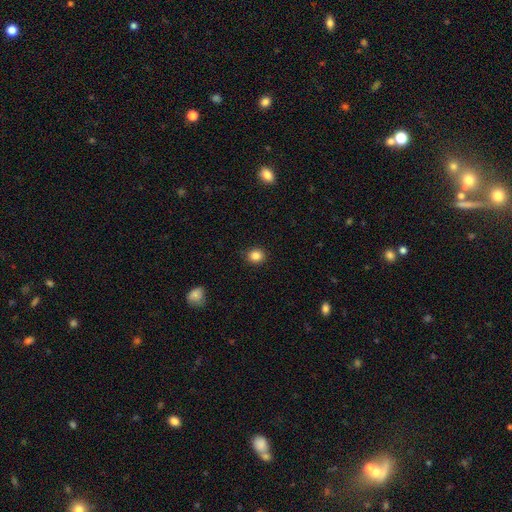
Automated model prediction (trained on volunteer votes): Morphology: type=smooth (85%); roundness=round (76%); merging=none (89%).